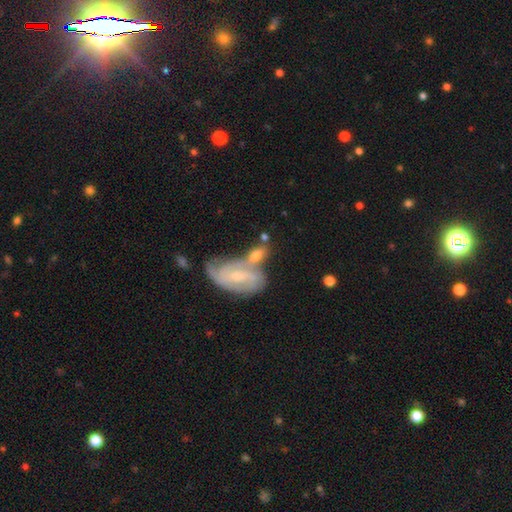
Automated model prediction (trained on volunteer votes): smooth_or_featured: featured or disk (p=0.48) [alt: smooth p=0.45]
merging: merger (p=0.48) [alt: none p=0.31]